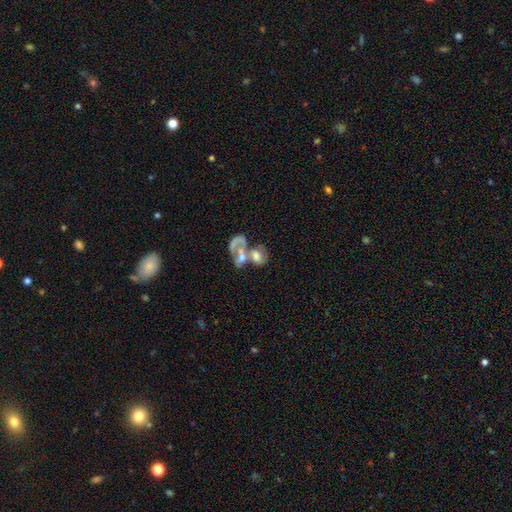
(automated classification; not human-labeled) The model was most divided on "smooth or featured": featured or disk: 51%, smooth: 39%, star or artifact: 11%. More confident: edge-on disk — no (97%); merging — merger (67%).